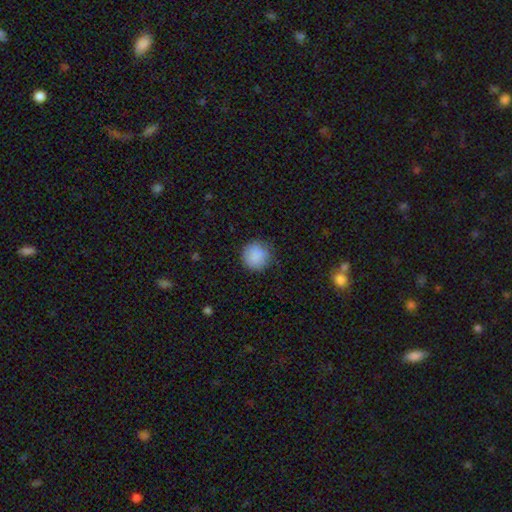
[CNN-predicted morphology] The model was most divided on "merging": none: 83%, minor disturbance: 13%, major disturbance: 3%, merger: 1%. More confident: how rounded — round (93%); smooth or featured — smooth (87%).